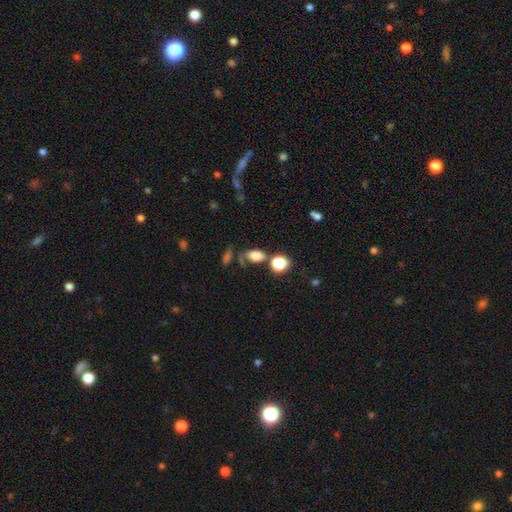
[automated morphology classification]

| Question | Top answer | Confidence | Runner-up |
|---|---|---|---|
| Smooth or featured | smooth | 75% | star or artifact (15%) |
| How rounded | in between | 81% | round (16%) |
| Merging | none | 56% | merger (20%) |